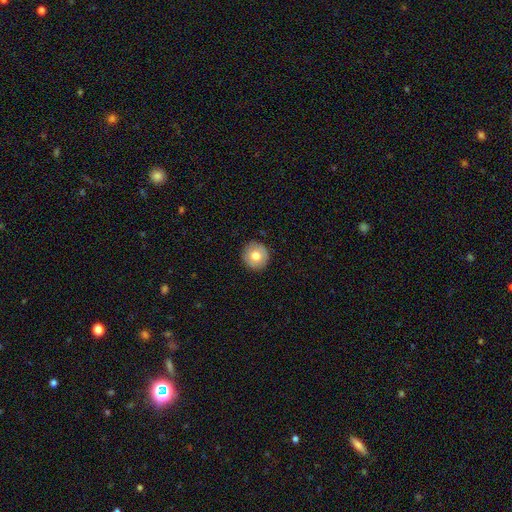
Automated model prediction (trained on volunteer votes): Q: Smooth or featured?
A: smooth (75%); runner-up: featured or disk (17%)
Q: How rounded?
A: round (94%); runner-up: in between (5%)
Q: Merging?
A: none (91%); runner-up: minor disturbance (6%)